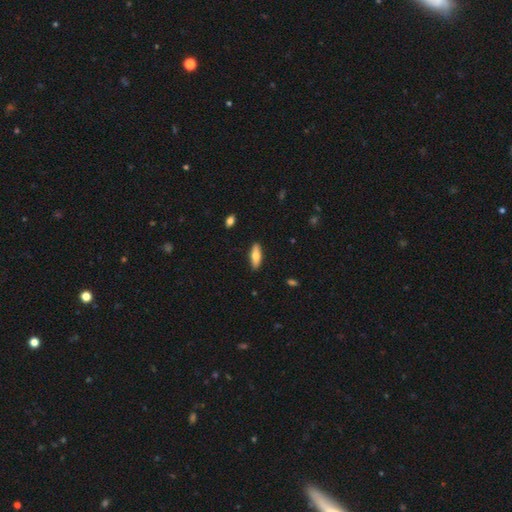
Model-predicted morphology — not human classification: Overall: smooth (71%). How rounded: in between (51%; cigar-shaped 47%). Merging: none (89%).